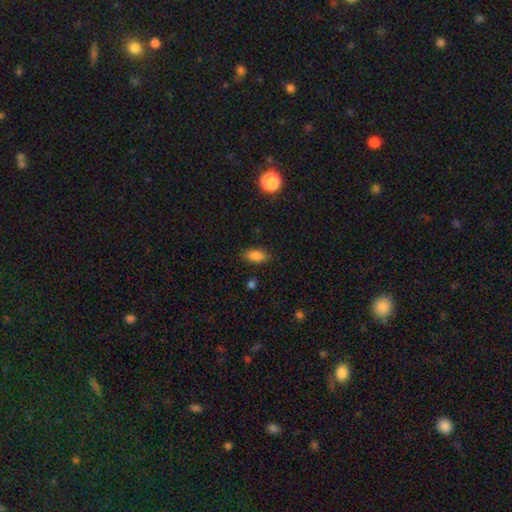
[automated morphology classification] This appears to be a smooth galaxy with no disk features (85%) that is in between round and cigar-shaped (85%). Merging: none (85%).